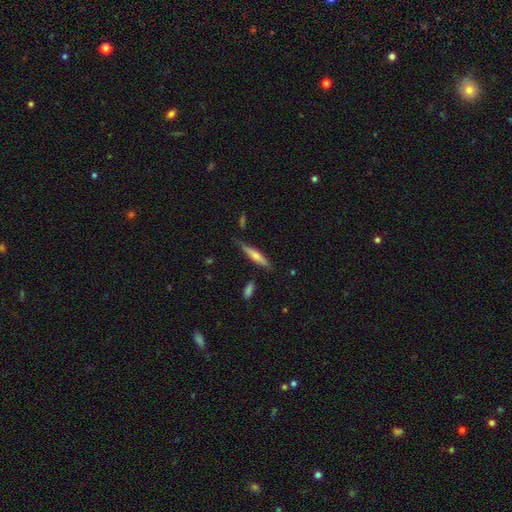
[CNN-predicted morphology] type=smooth (55%); roundness=cigar-shaped (83%); merging=none (76%).